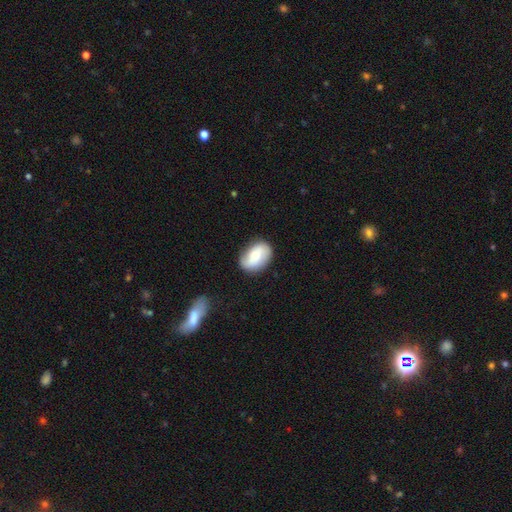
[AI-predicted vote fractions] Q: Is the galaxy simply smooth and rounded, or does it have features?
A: smooth — 52%.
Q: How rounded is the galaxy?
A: in between — 81%.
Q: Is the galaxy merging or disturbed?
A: none — 75%.